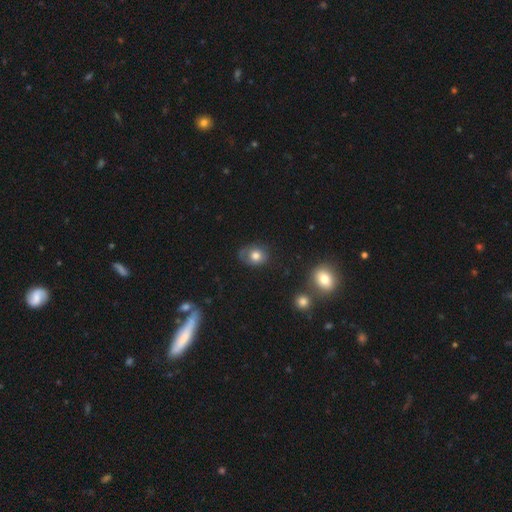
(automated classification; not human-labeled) smooth-or-featured: smooth: 68% | featured or disk: 22% | star or artifact: 10%
  how-rounded: round: 56% | in between: 43% | cigar-shaped: 1%
  merging: none: 62% | minor disturbance: 24% | major disturbance: 12% | merger: 3%